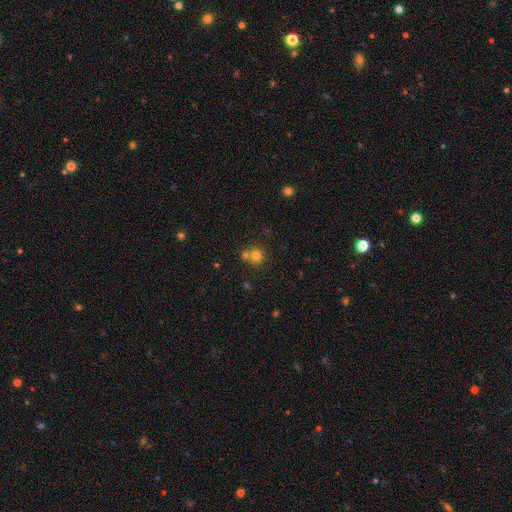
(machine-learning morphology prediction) The model was most divided on "merging": none: 54%, merger: 36%, minor disturbance: 7%, major disturbance: 3%. More confident: how rounded — round (89%); smooth or featured — smooth (75%).